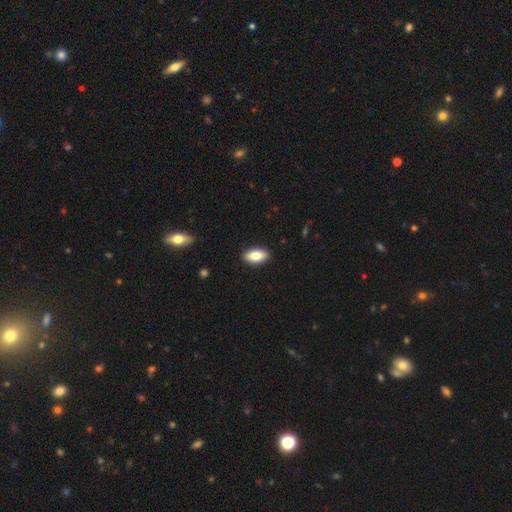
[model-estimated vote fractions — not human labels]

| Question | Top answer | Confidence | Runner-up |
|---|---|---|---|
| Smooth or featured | smooth | 83% | featured or disk (10%) |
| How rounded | in between | 92% | cigar-shaped (5%) |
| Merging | none | 90% | minor disturbance (7%) |